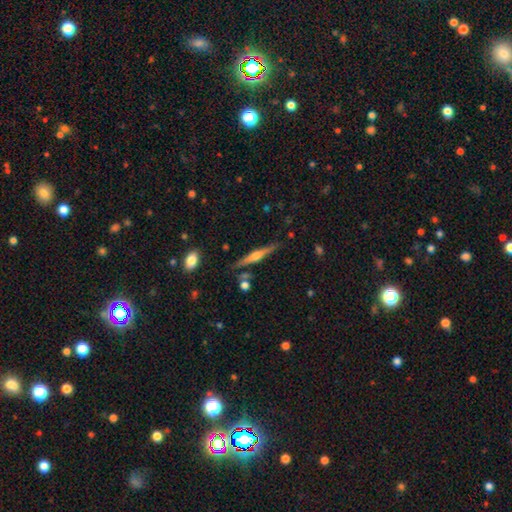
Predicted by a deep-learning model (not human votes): Q: Smooth or featured?
A: featured or disk (70%); runner-up: smooth (23%)
Q: Edge-on disk?
A: yes (97%); runner-up: no (3%)
Q: Edge-on bulge?
A: rounded (89%); runner-up: boxy (7%)
Q: Merging?
A: none (83%); runner-up: minor disturbance (10%)